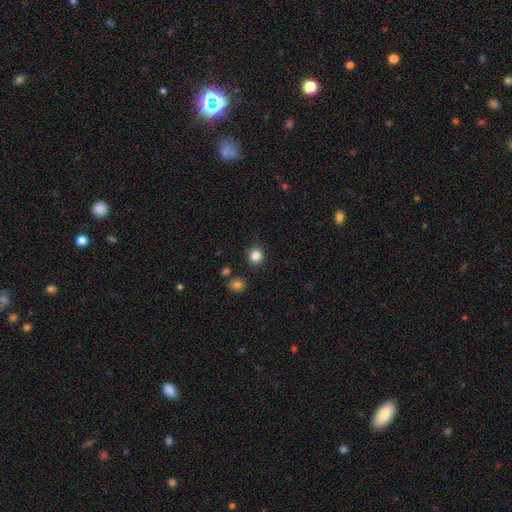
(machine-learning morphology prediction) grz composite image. It shows a smooth galaxy with no disk features (84%) that is round (90%). Merging: none (88%).